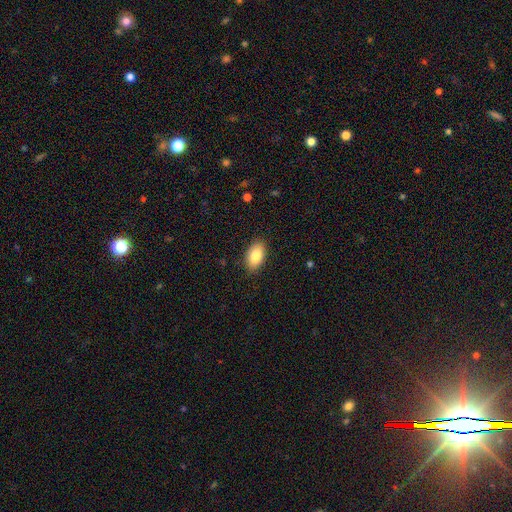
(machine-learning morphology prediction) Smooth or featured: smooth — 85% (featured or disk — 9%)
How rounded: in between — 93% (round — 5%)
Merging: none — 87% (minor disturbance — 10%)